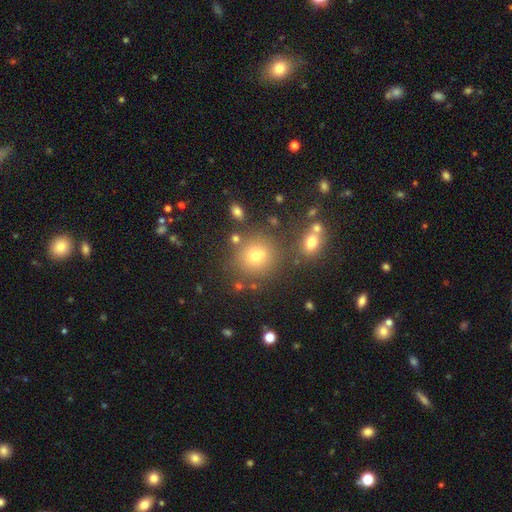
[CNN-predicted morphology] A smooth galaxy with no disk features (69%) that is round (86%).

Vote fractions:
- Smooth or featured? smooth: 69% / star or artifact: 20% / featured or disk: 11%
- How rounded? round: 86% / in between: 13% / cigar-shaped: 1%
- Merging? none: 73% / merger: 12% / minor disturbance: 10% / major disturbance: 4%